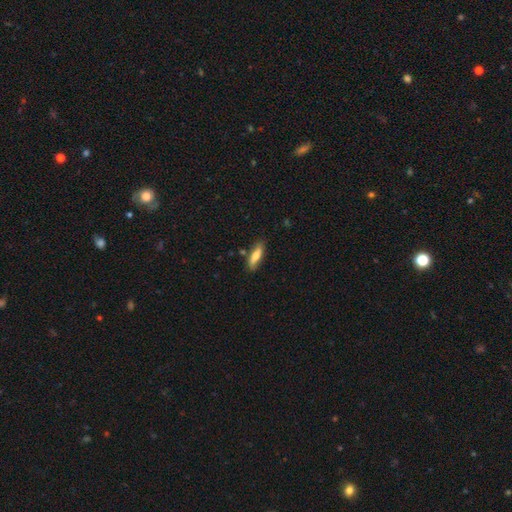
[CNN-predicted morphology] type=smooth (73%); roundness=cigar-shaped (55%); merging=none (78%).